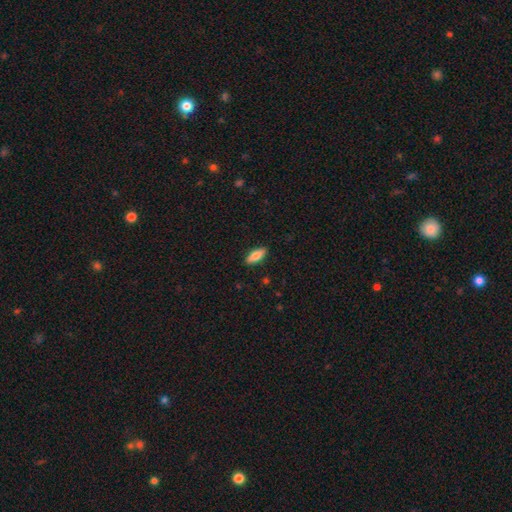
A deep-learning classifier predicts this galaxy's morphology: This appears to be a smooth galaxy with no disk features (80%) that is in between round and cigar-shaped (74%). Merging: none (89%).